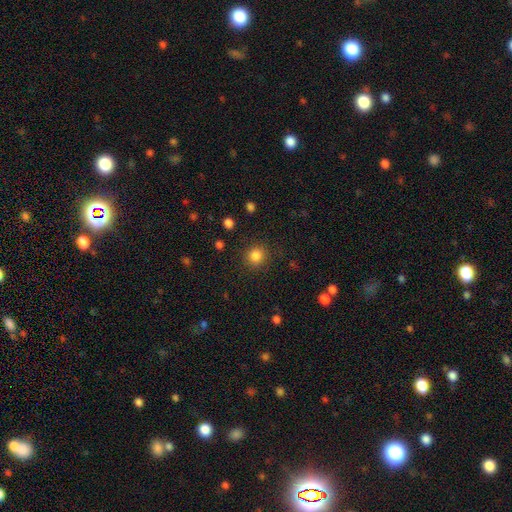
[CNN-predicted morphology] Smooth or featured? smooth (84%)
How rounded? round (90%)
Merging? none (88%)